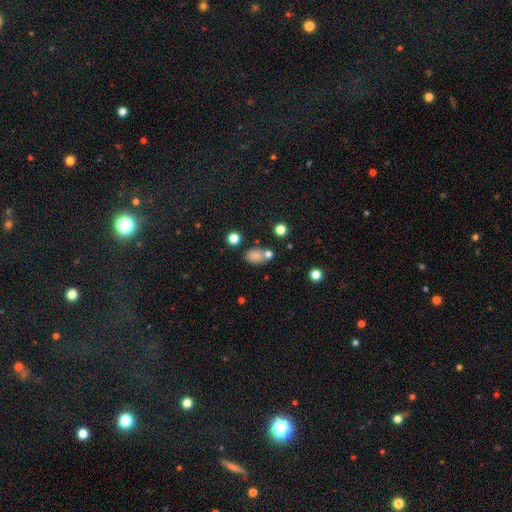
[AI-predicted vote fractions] This appears to be a smooth galaxy with no disk features (78%) that is in between round and cigar-shaped (71%). Merging: none (58%).